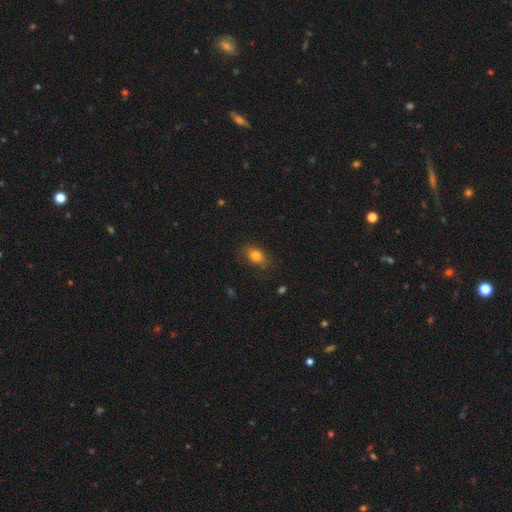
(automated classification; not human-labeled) Q: Smooth or featured?
A: smooth (81%); runner-up: star or artifact (10%)
Q: How rounded?
A: in between (77%); runner-up: round (21%)
Q: Merging?
A: none (78%); runner-up: minor disturbance (16%)